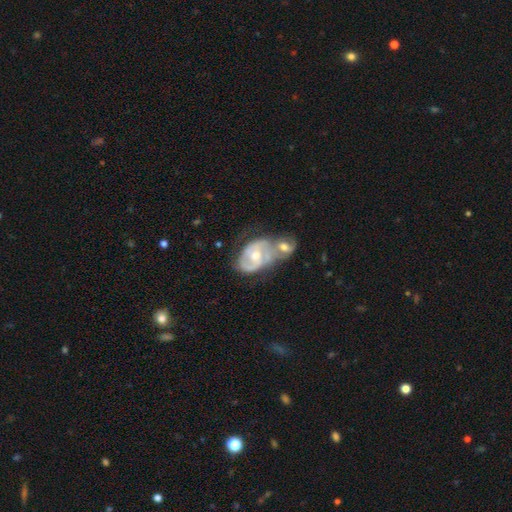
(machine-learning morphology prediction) smooth_or_featured: featured or disk (p=0.75) [alt: smooth p=0.20]
disk_edge_on: no (p=0.97) [alt: yes p=0.03]
bar: no (p=0.56) [alt: weak p=0.35]
has_spiral_arms: yes (p=0.82) [alt: no p=0.18]
spiral_winding: tight (p=0.45) [alt: medium p=0.41]
spiral_arm_count: 2 (p=0.64) [alt: can't tell p=0.21]
bulge_size: moderate (p=0.71) [alt: small p=0.22]
merging: merger (p=0.60) [alt: none p=0.19]